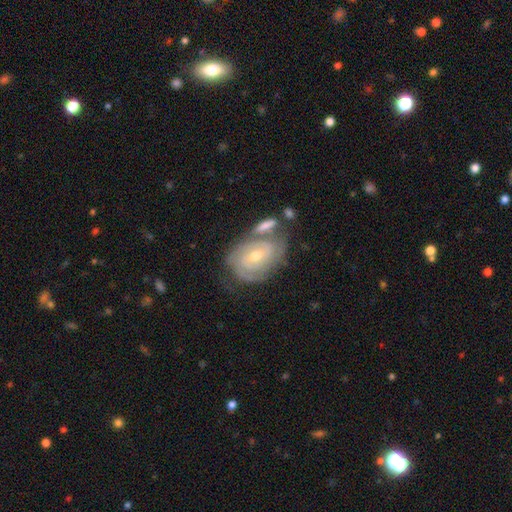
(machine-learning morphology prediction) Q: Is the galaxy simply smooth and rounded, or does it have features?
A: featured or disk — 80%.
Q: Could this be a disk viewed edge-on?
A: no — 96%.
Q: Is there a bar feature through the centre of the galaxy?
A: no — 54%.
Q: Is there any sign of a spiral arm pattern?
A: yes — 92%.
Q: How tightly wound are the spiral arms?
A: tight — 70%.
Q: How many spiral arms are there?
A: can't tell — 36%.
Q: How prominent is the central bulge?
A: moderate — 49%.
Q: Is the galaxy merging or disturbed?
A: none — 50%.